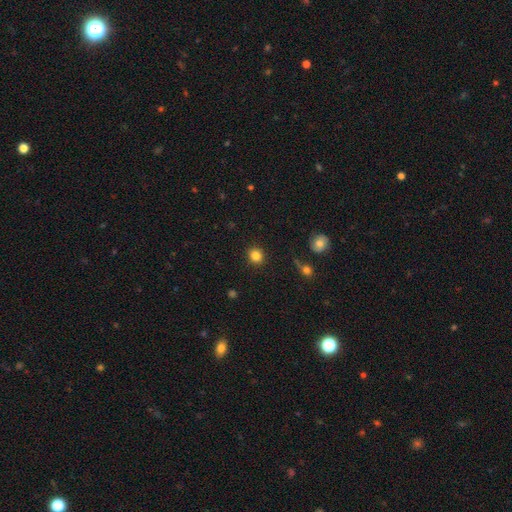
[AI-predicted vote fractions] This is clearly a smooth galaxy (84%). How rounded: clearly round (87%). Merging: clearly none (90%).